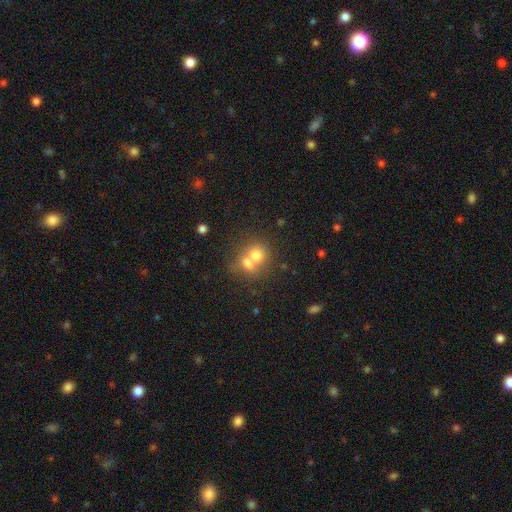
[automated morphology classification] Smooth or featured: smooth — 69% (featured or disk — 19%)
How rounded: round — 73% (in between — 26%)
Merging: merger — 64% (none — 27%)